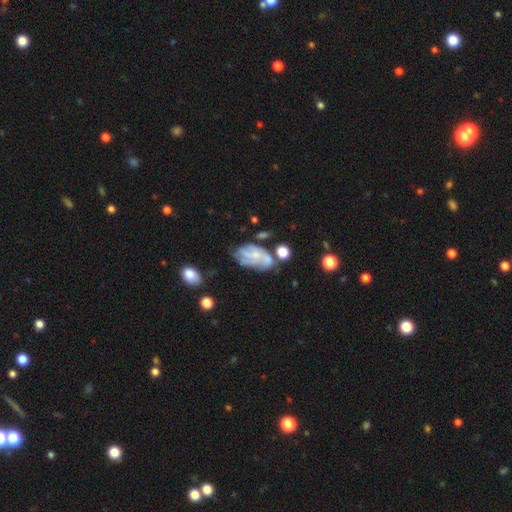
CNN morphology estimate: smooth-or-featured: featured or disk: 64% | smooth: 27% | star or artifact: 9%
  disk-edge-on: no: 96% | yes: 4%
    bar: no: 72% | weak: 23% | strong: 5%
    has-spiral-arms: yes: 71% | no: 29%
    bulge-size: small: 56% | none: 21% | moderate: 20% | large: 2% | dominant: 1%
  merging: none: 43% | minor disturbance: 25% | major disturbance: 17% | merger: 15%